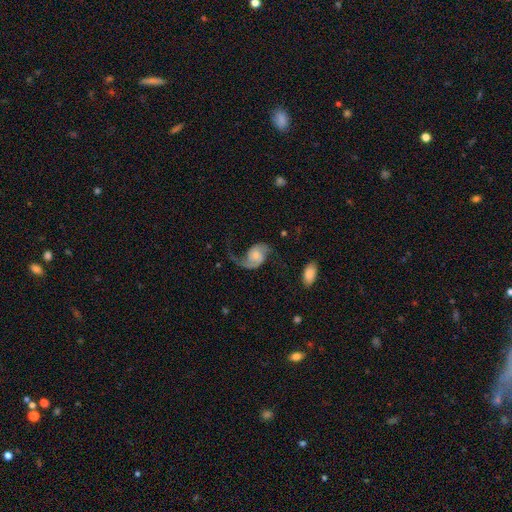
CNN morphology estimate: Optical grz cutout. It shows a featured or disk galaxy (82%) with no bar (64%), 2 (72%) loose (65%) spiral arms (95%) and a small central bulge (42%). Merging: none (44%).